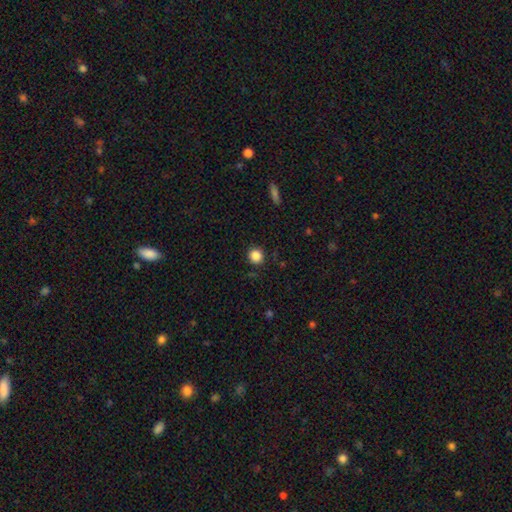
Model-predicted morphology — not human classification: This appears to be a smooth galaxy with no disk features (86%) that is round (93%). Merging: none (90%).